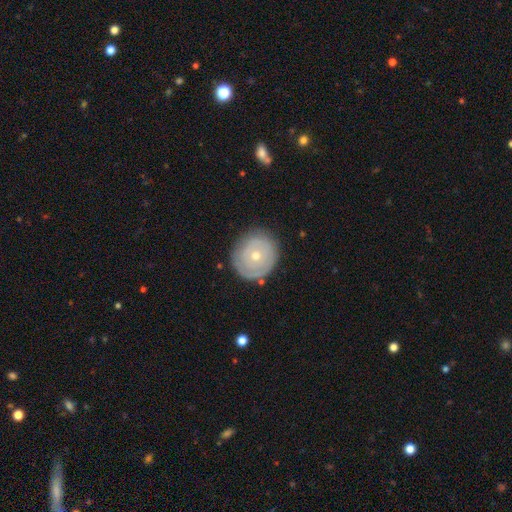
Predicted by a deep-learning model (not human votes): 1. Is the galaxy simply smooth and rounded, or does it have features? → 56% featured or disk, 38% smooth, 6% star or artifact.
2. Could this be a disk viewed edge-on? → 96% no, 4% yes.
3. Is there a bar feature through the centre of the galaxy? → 89% no, 9% weak, 2% strong.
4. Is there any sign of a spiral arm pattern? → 51% no, 49% yes.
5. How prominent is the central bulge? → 48% small (tied), 48% moderate (tied), 2% large, 1% none, 1% dominant.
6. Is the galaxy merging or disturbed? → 80% none, 14% minor disturbance, 4% major disturbance, 2% merger.